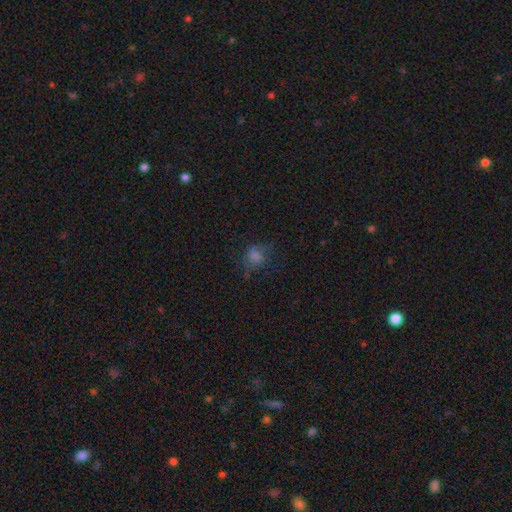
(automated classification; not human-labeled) This is likely a smooth galaxy (61%). How rounded: likely round (64%). Merging: possibly none (58%).